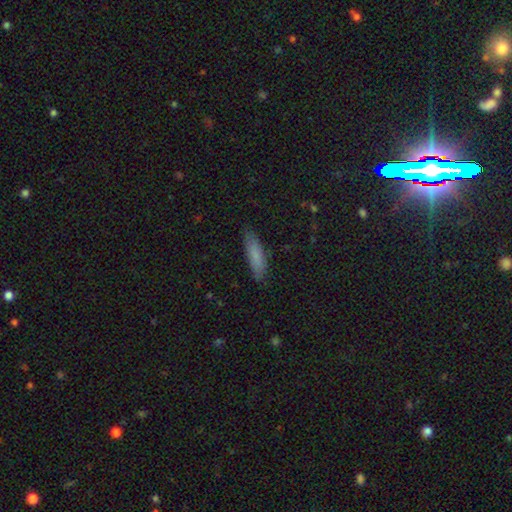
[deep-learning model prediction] smooth-or-featured: smooth: 80% | featured or disk: 13% | star or artifact: 7%
  how-rounded: cigar-shaped: 67% | in between: 31% | round: 2%
  merging: none: 83% | minor disturbance: 14% | major disturbance: 2% | merger: 1%